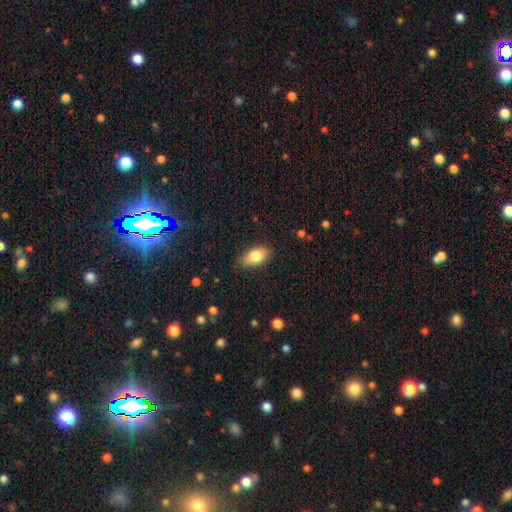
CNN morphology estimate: A smooth galaxy with no disk features (78%) that is in between round and cigar-shaped (88%). Merging: none (82%).